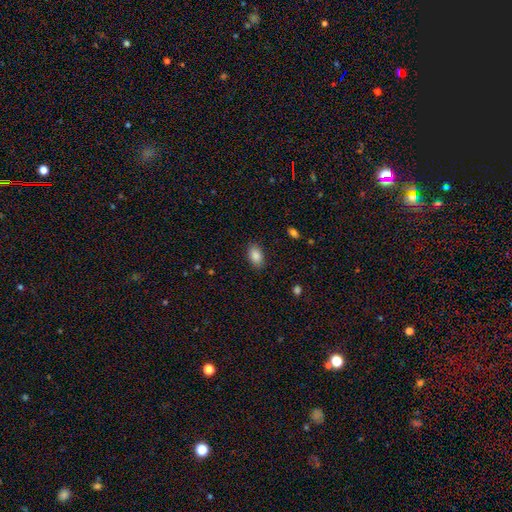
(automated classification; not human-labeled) Smooth or featured? Predicted: smooth (p=0.87). How rounded? Predicted: in between (p=0.91). Merging? Predicted: none (p=0.86).